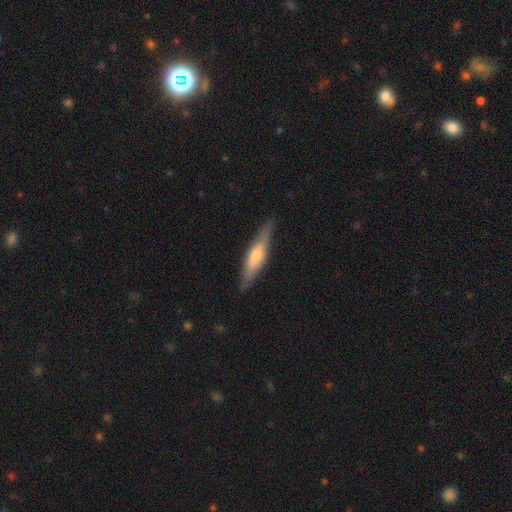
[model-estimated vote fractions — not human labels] Smooth or featured? featured or disk (56%)
Edge-on disk? yes (91%)
Edge-on bulge? rounded (69%)
Merging? none (87%)